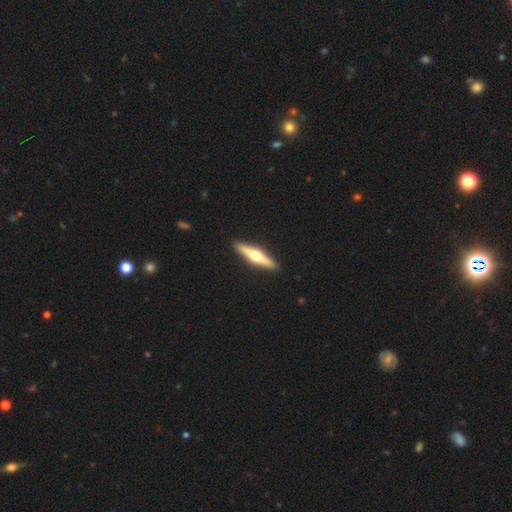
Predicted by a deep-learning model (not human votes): The model was most divided on "smooth or featured": featured or disk: 68%, smooth: 28%, star or artifact: 5%. More confident: edge-on disk — yes (97%); edge-on bulge — rounded (96%); merging — none (92%).